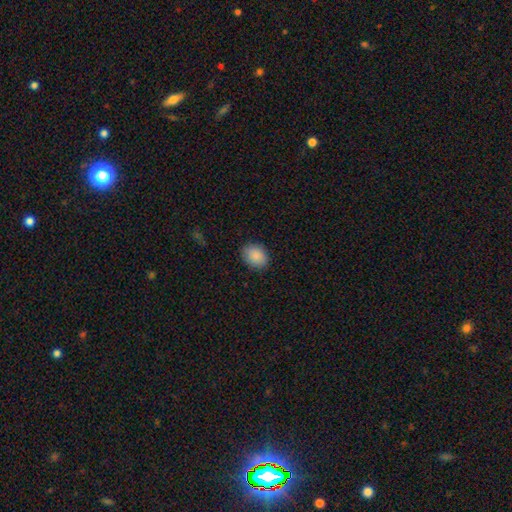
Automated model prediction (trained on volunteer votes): Overall: smooth (89%). How rounded: in between (60%; round 39%). Merging: none (87%).